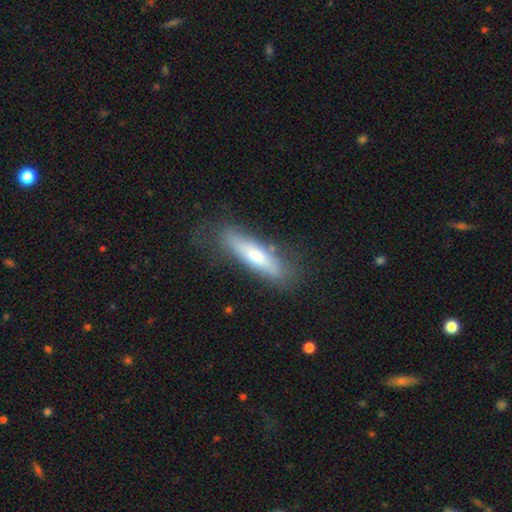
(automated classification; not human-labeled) Q: Smooth or featured?
A: smooth (65%); runner-up: featured or disk (29%)
Q: How rounded?
A: cigar-shaped (77%); runner-up: in between (22%)
Q: Merging?
A: none (70%); runner-up: minor disturbance (20%)